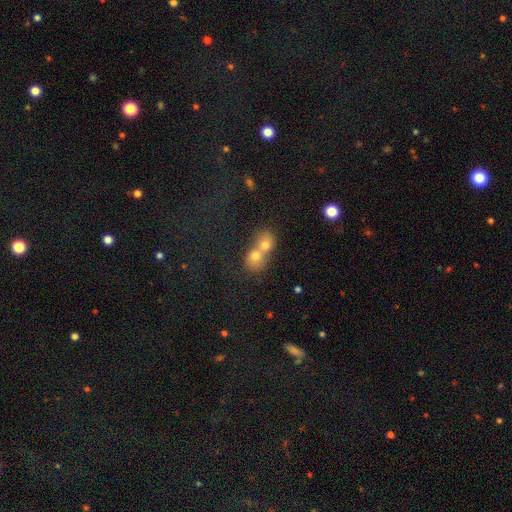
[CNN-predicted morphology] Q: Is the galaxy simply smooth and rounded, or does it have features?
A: smooth — 62%.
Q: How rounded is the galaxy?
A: round — 63%.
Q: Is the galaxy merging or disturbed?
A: merger — 70%.